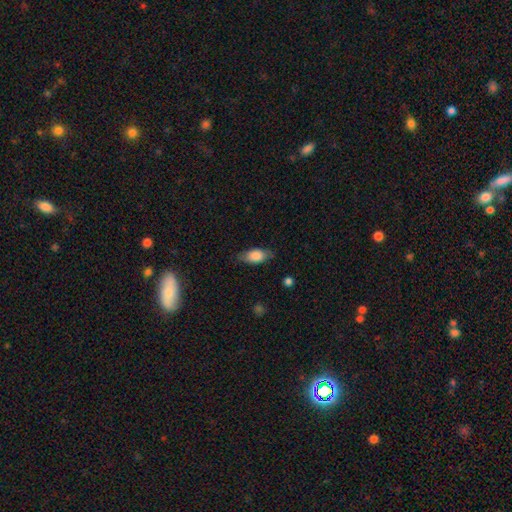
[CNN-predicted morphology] Q: Smooth or featured?
A: smooth (79%); runner-up: featured or disk (14%)
Q: How rounded?
A: in between (86%); runner-up: cigar-shaped (9%)
Q: Merging?
A: none (76%); runner-up: minor disturbance (18%)